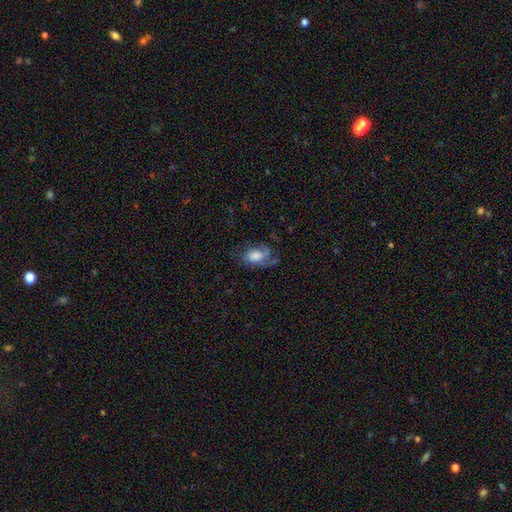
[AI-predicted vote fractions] smooth-or-featured: smooth: 49% | featured or disk: 42% | star or artifact: 9%
  merging: none: 45% | minor disturbance: 26% | major disturbance: 26% | merger: 3%